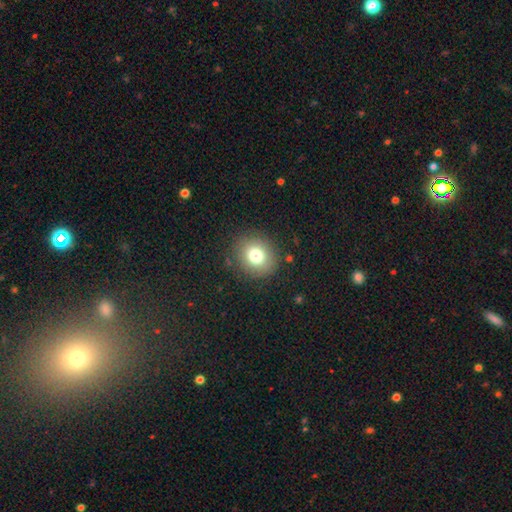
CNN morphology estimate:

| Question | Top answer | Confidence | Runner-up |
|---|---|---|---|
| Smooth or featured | smooth | 76% | star or artifact (12%) |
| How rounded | round | 84% | in between (15%) |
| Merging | none | 87% | minor disturbance (8%) |